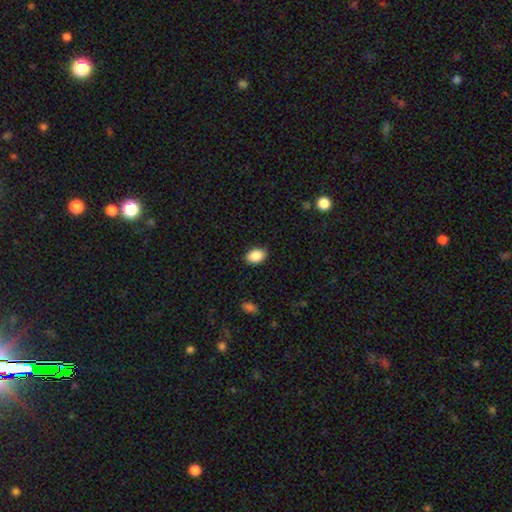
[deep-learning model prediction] Smooth or featured? smooth (88%)
How rounded? in between (83%)
Merging? none (87%)